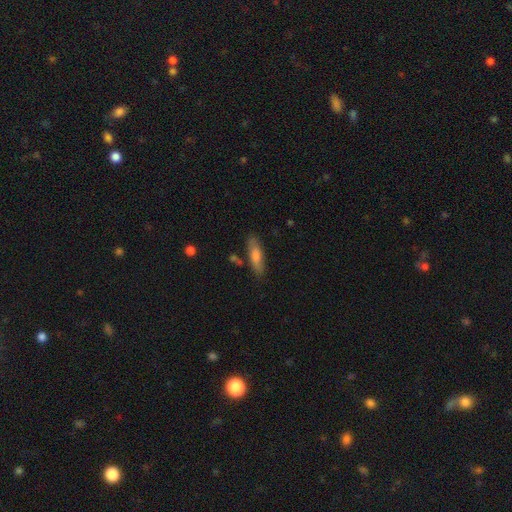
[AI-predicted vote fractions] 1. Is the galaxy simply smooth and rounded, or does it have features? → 71% smooth, 22% featured or disk, 7% star or artifact.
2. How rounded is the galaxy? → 55% cigar-shaped, 43% in between, 2% round.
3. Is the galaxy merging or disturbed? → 77% none, 15% minor disturbance, 4% merger, 4% major disturbance.